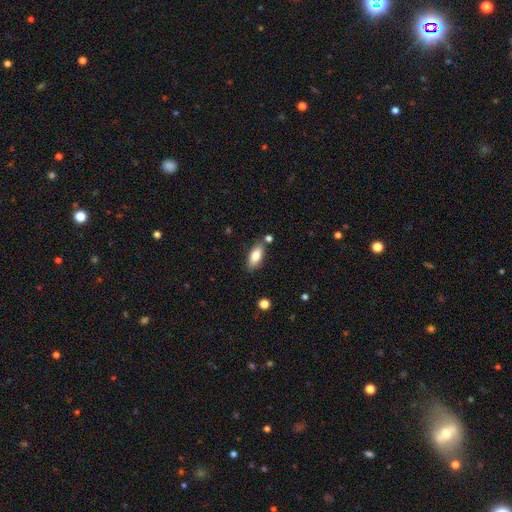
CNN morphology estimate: This is likely a smooth galaxy (78%). How rounded: clearly in between (81%). Merging: likely none (78%).